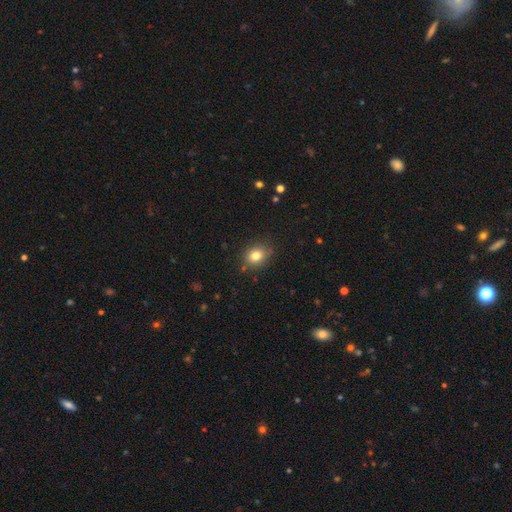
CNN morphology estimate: The model was most divided on "how rounded": round: 54%, in between: 45%, cigar-shaped: 1%. More confident: merging — none (82%); smooth or featured — smooth (81%).